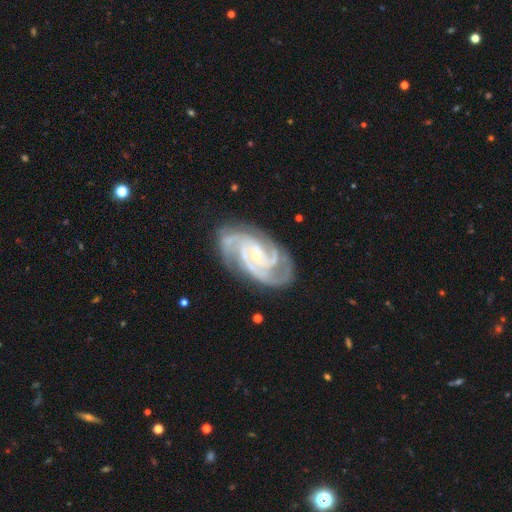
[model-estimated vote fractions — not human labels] This appears to be a featured or disk galaxy (93%) with no bar (57%), 3 (48%) tight (61%) spiral arms (99%) and a small central bulge (72%). Merging: none (75%).